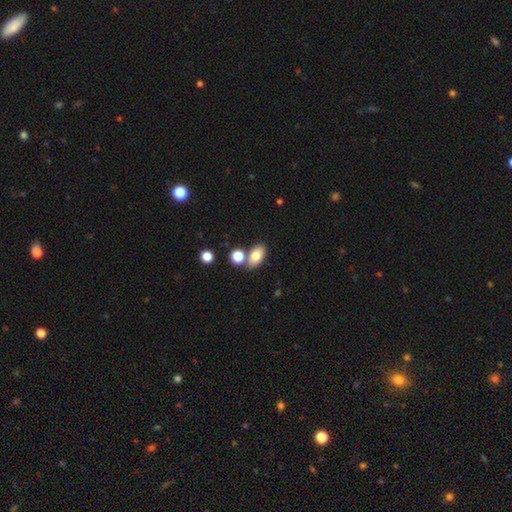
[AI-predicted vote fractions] smooth 79%, featured or disk 11%, star or artifact 9%. Down the decision tree: how rounded — in between (88%); merging — none (67%).